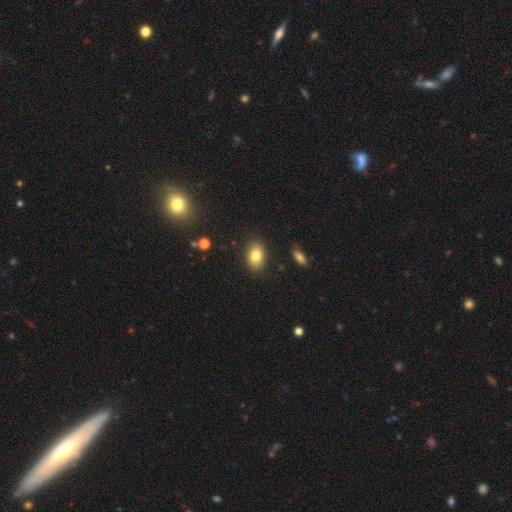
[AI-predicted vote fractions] The model was most divided on "smooth or featured": smooth: 81%, featured or disk: 11%, star or artifact: 9%. More confident: merging — none (86%); how rounded — in between (85%).